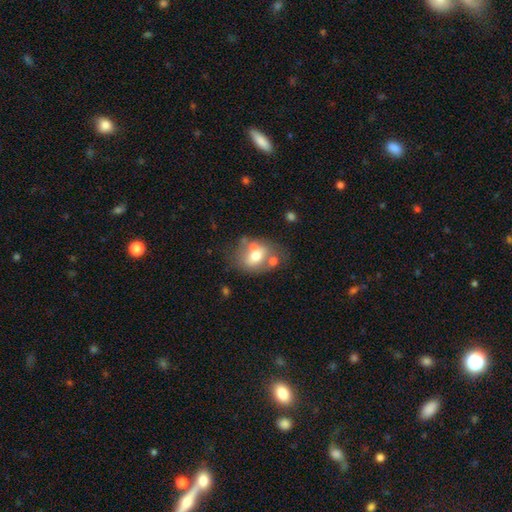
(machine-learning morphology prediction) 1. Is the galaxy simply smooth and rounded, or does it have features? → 58% smooth, 32% featured or disk, 10% star or artifact.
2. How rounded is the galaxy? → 61% in between, 37% round, 1% cigar-shaped.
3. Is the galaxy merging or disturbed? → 47% none, 27% merger, 18% minor disturbance, 8% major disturbance.